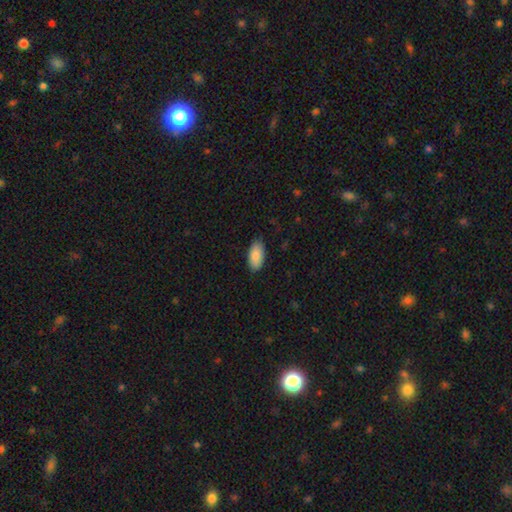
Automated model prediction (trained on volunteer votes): A smooth galaxy with no disk features (88%) that is in between round and cigar-shaped (94%).

Vote fractions:
- Smooth or featured? smooth: 88% / featured or disk: 6% / star or artifact: 6%
- How rounded? in between: 94% / cigar-shaped: 4% / round: 2%
- Merging? none: 84% / minor disturbance: 13% / major disturbance: 2% / merger: 1%